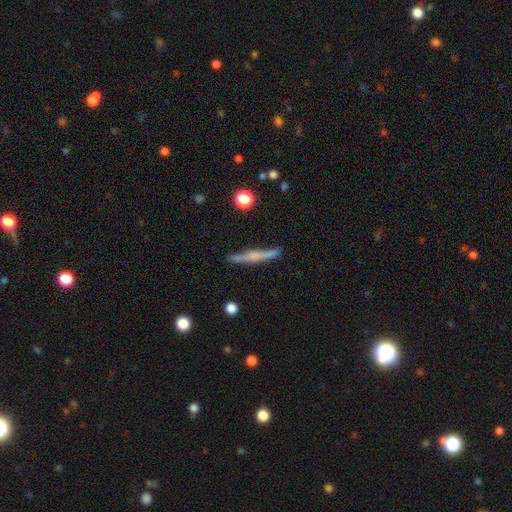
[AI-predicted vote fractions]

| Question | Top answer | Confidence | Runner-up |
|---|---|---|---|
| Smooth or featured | featured or disk | 53% | smooth (40%) |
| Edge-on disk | yes | 96% | no (4%) |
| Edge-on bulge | rounded | 47% | none (37%) |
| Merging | none | 84% | minor disturbance (11%) |